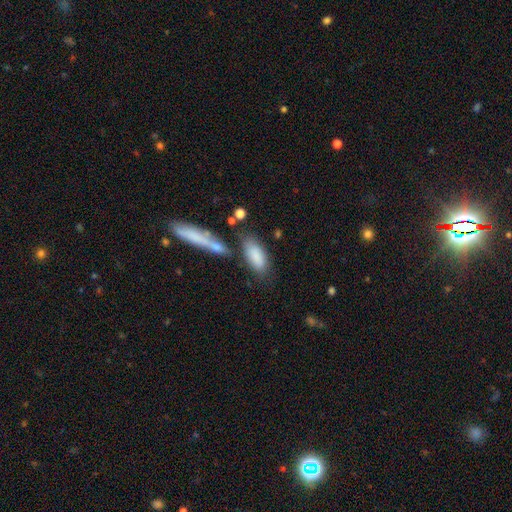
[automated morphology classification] A smooth galaxy with no disk features (85%) that is in between round and cigar-shaped (80%). Merging: none (59%).